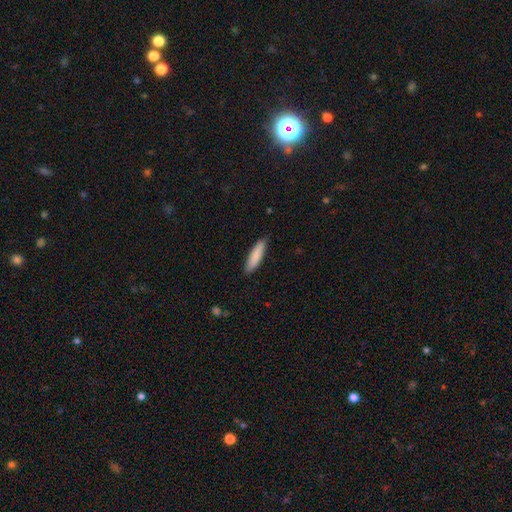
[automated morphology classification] smooth-or-featured: smooth: 86% | featured or disk: 9% | star or artifact: 5%
  how-rounded: cigar-shaped: 71% | in between: 28% | round: 1%
  merging: none: 86% | minor disturbance: 11% | major disturbance: 2% | merger: 1%